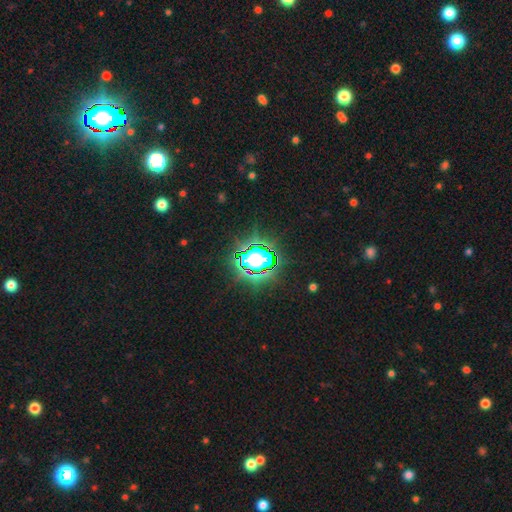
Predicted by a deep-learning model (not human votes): Q: Smooth or featured?
A: star or artifact (82%); runner-up: smooth (11%)